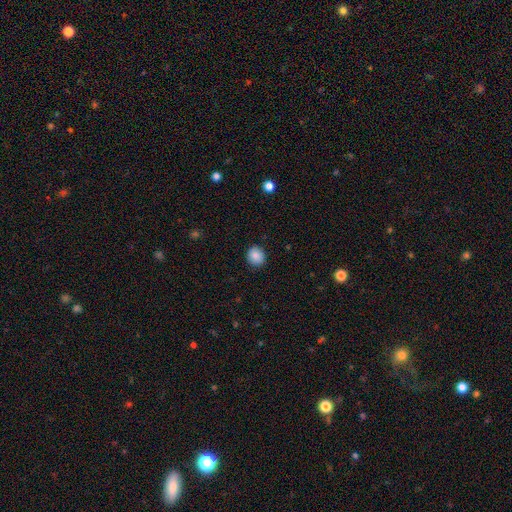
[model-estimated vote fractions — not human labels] The model was most divided on "how rounded": round: 79%, in between: 20%, cigar-shaped: 1%. More confident: merging — none (89%); smooth or featured — smooth (87%).